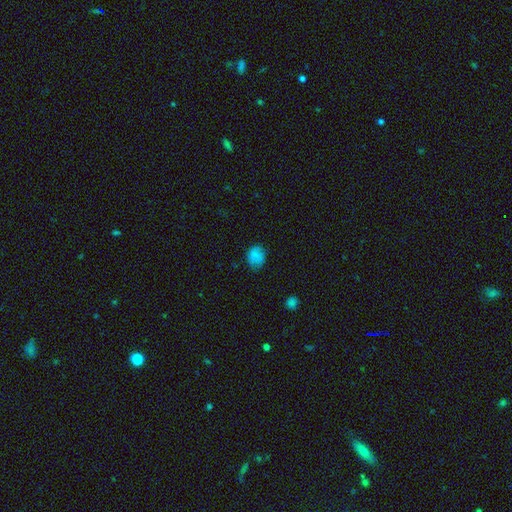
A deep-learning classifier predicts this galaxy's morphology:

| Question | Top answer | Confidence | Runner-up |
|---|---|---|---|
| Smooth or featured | smooth | 81% | star or artifact (12%) |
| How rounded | round | 59% | in between (40%) |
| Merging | none | 74% | minor disturbance (20%) |